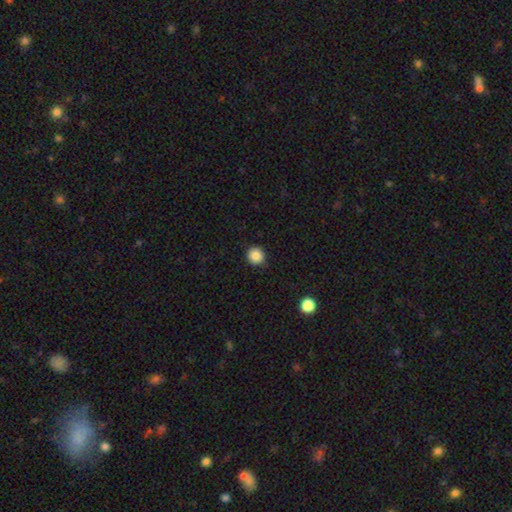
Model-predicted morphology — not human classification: Smooth or featured? Predicted: smooth (p=0.86). How rounded? Predicted: round (p=0.94). Merging? Predicted: none (p=0.91).